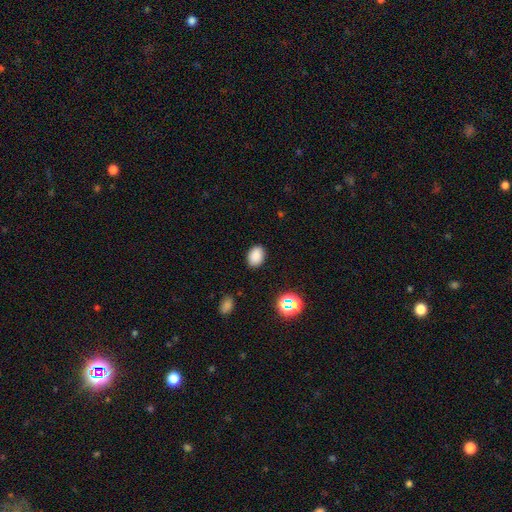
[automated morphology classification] smooth_or_featured: smooth (p=0.84) [alt: star or artifact p=0.11]
how_rounded: in between (p=0.72) [alt: round p=0.27]
merging: none (p=0.86) [alt: minor disturbance p=0.09]